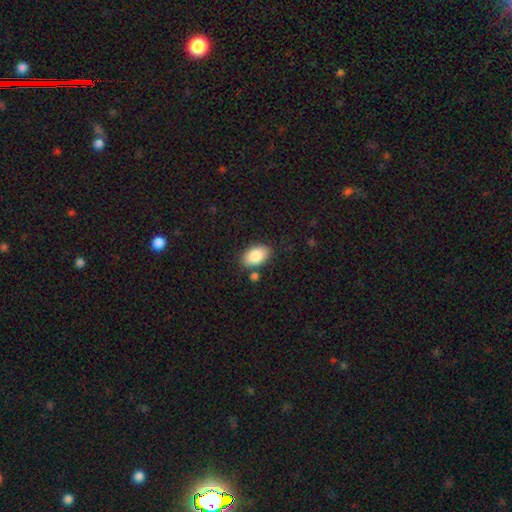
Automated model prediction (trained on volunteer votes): Smooth or featured? smooth (86%)
How rounded? in between (92%)
Merging? none (81%)